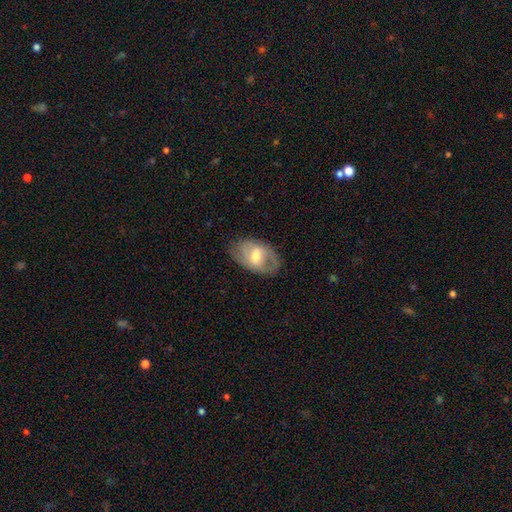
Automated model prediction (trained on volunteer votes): Smooth or featured: featured or disk — 48% (smooth — 45%)
Merging: none — 73% (minor disturbance — 19%)